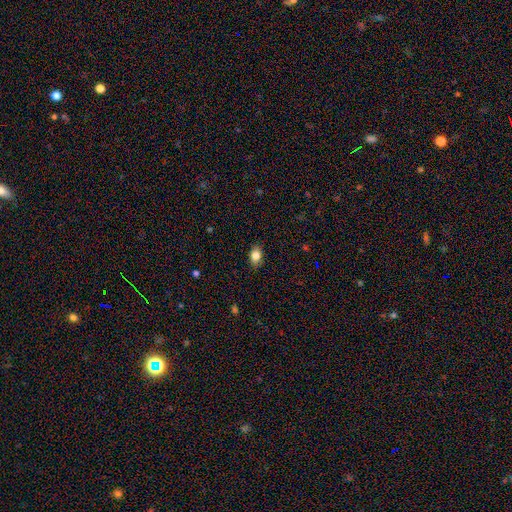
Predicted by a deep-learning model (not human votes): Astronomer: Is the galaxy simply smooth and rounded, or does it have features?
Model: smooth — 82%.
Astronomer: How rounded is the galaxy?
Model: in between — 79%.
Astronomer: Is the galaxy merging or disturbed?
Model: none — 85%.